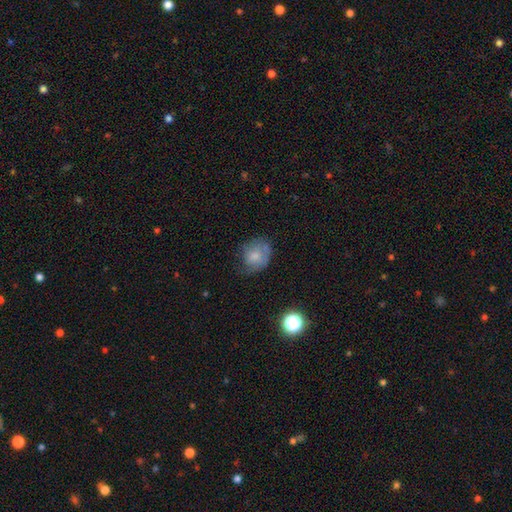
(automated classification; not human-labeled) smooth 66%, featured or disk 24%, star or artifact 9%. Down the decision tree: how rounded — round (60%); merging — none (47%).